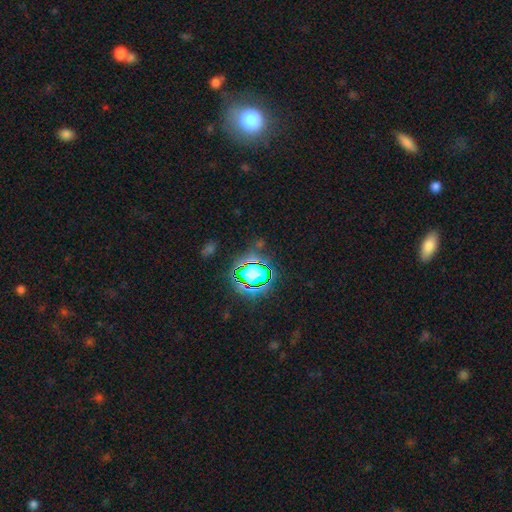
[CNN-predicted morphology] Smooth or featured?
  - star or artifact: 80% *
  - smooth: 13%
  - featured or disk: 8%